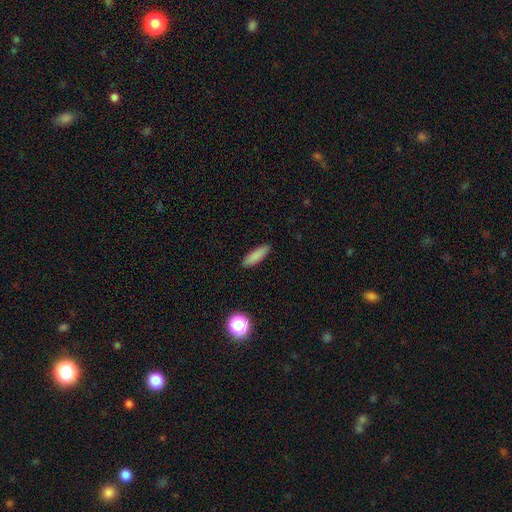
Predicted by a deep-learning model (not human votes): The model was most divided on "how rounded": cigar-shaped: 56%, in between: 42%, round: 2%. More confident: merging — none (88%); smooth or featured — smooth (85%).